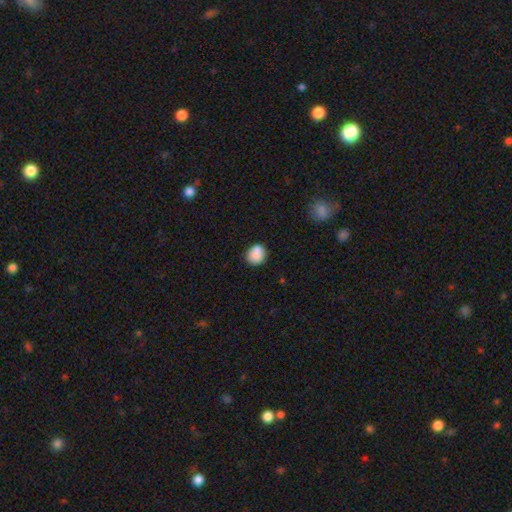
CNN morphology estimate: This appears to be a smooth galaxy with no disk features (85%) that is round (71%). Merging: none (71%).